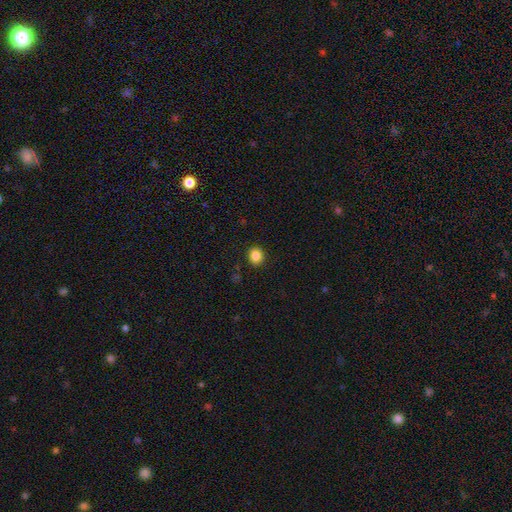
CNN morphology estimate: The model was most divided on "how rounded": round: 78%, in between: 21%, cigar-shaped: 1%. More confident: merging — none (91%); smooth or featured — smooth (85%).